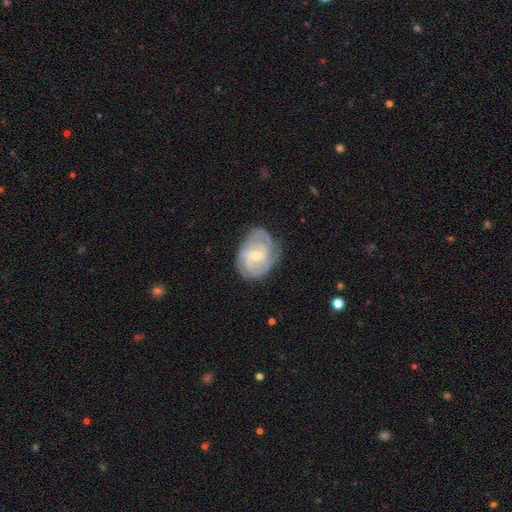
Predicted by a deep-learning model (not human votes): This appears to be a featured or disk galaxy (76%) with a weak bar (49%), 2 (45%) tight (47%) spiral arms (90%) and a small central bulge (55%). Merging: none (66%).